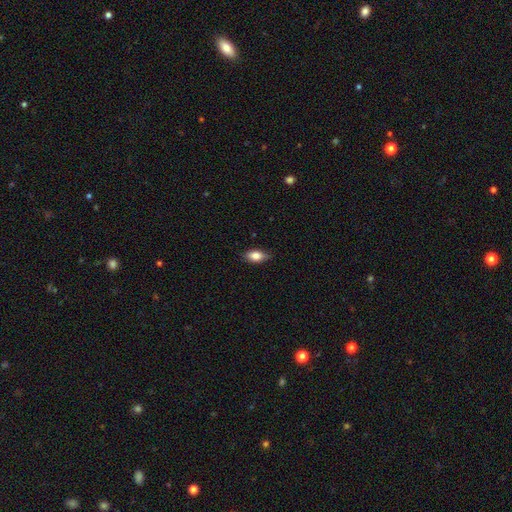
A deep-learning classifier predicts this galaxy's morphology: type=smooth (80%); roundness=in between (87%); merging=none (82%).